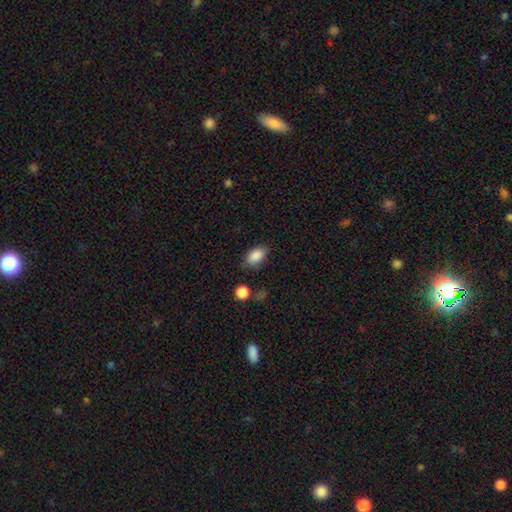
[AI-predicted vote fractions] smooth-or-featured: smooth: 88% | star or artifact: 8% | featured or disk: 5%
  how-rounded: in between: 89% | round: 9% | cigar-shaped: 2%
  merging: none: 75% | minor disturbance: 17% | major disturbance: 5% | merger: 3%